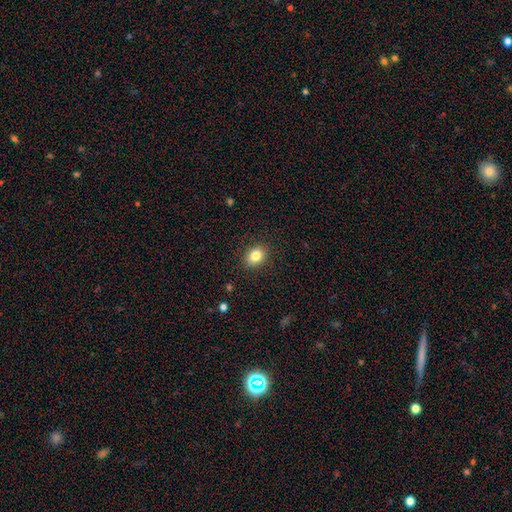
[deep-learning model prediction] A smooth galaxy with no disk features (83%) that is in between round and cigar-shaped (63%). Merging: none (88%).